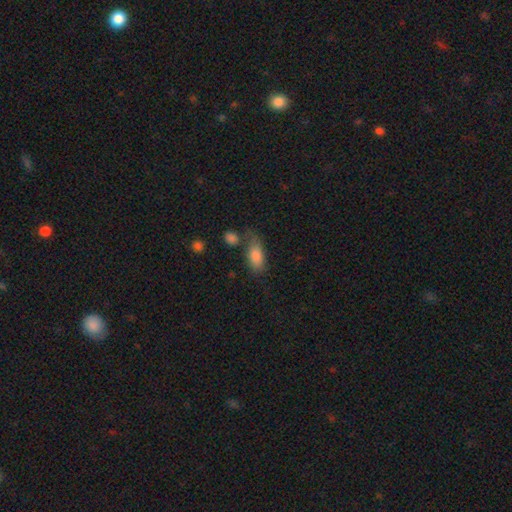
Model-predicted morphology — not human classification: A smooth galaxy with no disk features (82%) that is in between round and cigar-shaped (85%).

Vote fractions:
- Smooth or featured? smooth: 82% / featured or disk: 10% / star or artifact: 8%
- How rounded? in between: 85% / cigar-shaped: 11% / round: 5%
- Merging? none: 53% / minor disturbance: 24% / merger: 13% / major disturbance: 10%